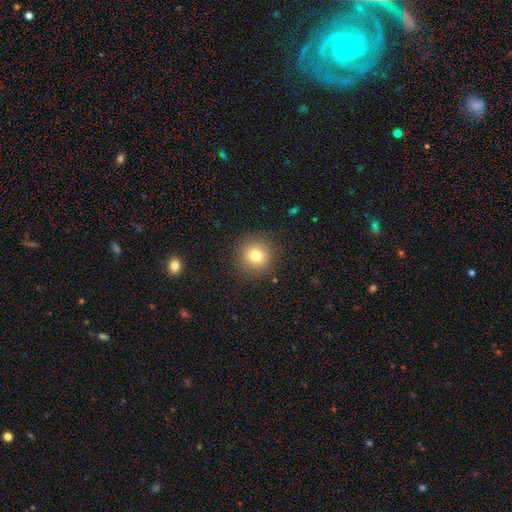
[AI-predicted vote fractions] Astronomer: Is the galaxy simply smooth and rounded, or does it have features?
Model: smooth — 78%.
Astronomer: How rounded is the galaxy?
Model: round — 94%.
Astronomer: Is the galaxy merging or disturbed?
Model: none — 90%.